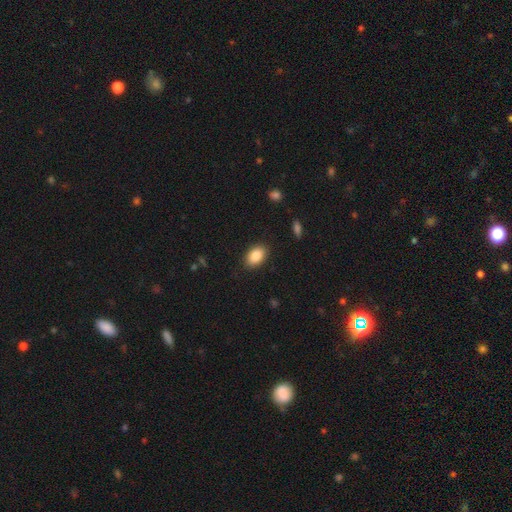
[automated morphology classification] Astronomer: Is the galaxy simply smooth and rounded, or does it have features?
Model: smooth — 86%.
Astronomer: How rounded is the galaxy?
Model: in between — 89%.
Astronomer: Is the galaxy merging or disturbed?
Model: none — 88%.